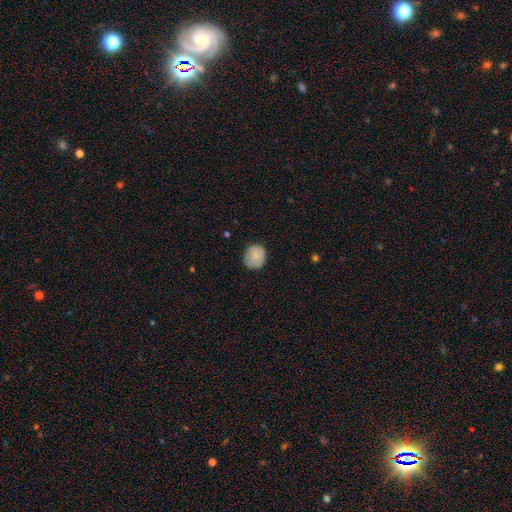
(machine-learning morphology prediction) smooth-or-featured: smooth: 82% | featured or disk: 10% | star or artifact: 7%
  how-rounded: round: 76% | in between: 23% | cigar-shaped: 1%
  merging: none: 80% | minor disturbance: 16% | major disturbance: 3% | merger: 1%